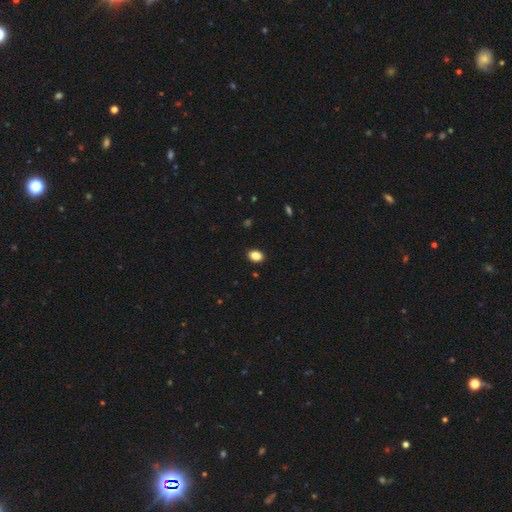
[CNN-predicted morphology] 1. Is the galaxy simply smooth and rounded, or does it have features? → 87% smooth, 10% star or artifact, 3% featured or disk.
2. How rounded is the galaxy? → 64% in between, 34% round, 1% cigar-shaped.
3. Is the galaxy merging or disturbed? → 91% none, 7% minor disturbance, 2% major disturbance, 1% merger.